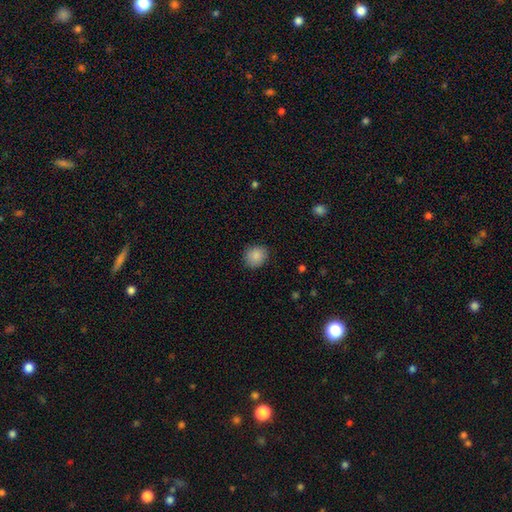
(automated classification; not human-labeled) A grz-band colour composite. It shows a smooth galaxy with no disk features (88%) that is round (76%). Merging: none (85%).